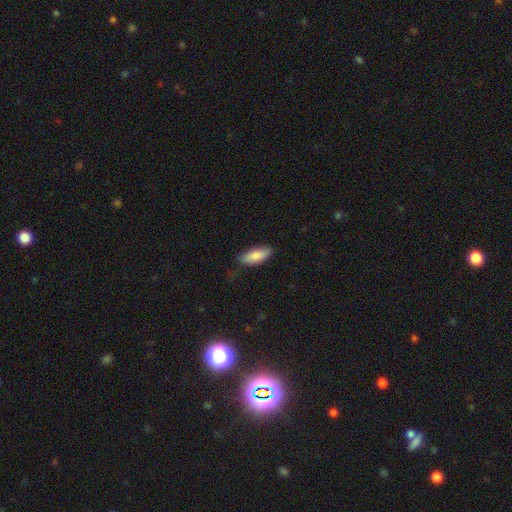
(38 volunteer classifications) A smooth galaxy with no disk features (68%) that is in between round and cigar-shaped (81%). Merging: none (83%).